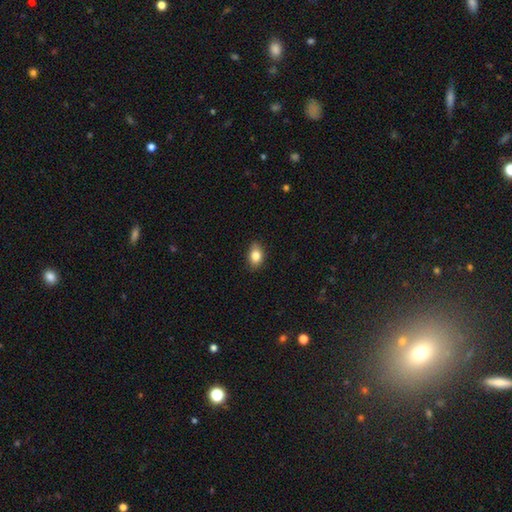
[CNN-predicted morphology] type=smooth (83%); roundness=in between (78%); merging=none (82%).